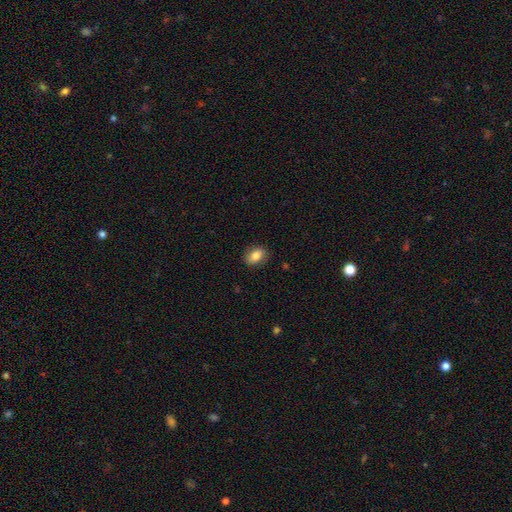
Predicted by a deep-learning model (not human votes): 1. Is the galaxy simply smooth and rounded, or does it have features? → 82% smooth, 10% featured or disk, 8% star or artifact.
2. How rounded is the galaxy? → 77% in between, 21% round, 2% cigar-shaped.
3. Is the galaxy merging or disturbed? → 86% none, 11% minor disturbance, 3% major disturbance, 1% merger.